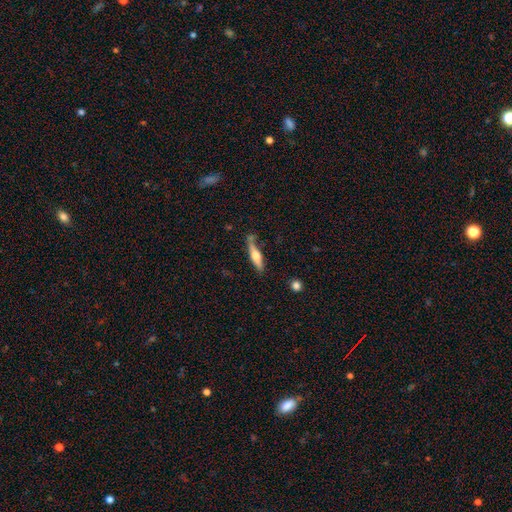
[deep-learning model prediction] A featured or disk galaxy (48%). Merging: none (69%).